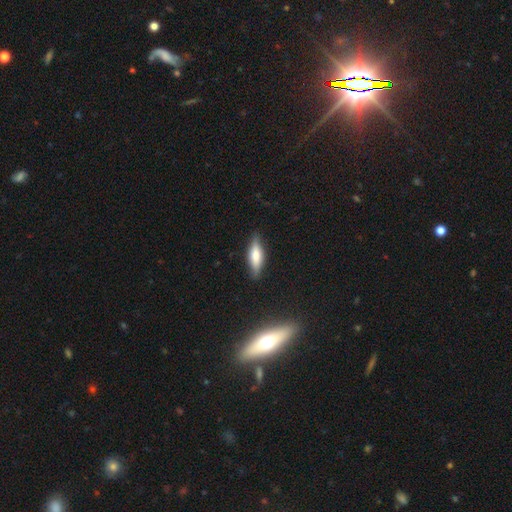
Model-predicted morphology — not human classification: smooth-or-featured: smooth: 59% | featured or disk: 34% | star or artifact: 7%
  how-rounded: cigar-shaped: 52% | in between: 46% | round: 2%
  merging: none: 84% | minor disturbance: 12% | major disturbance: 2% | merger: 1%